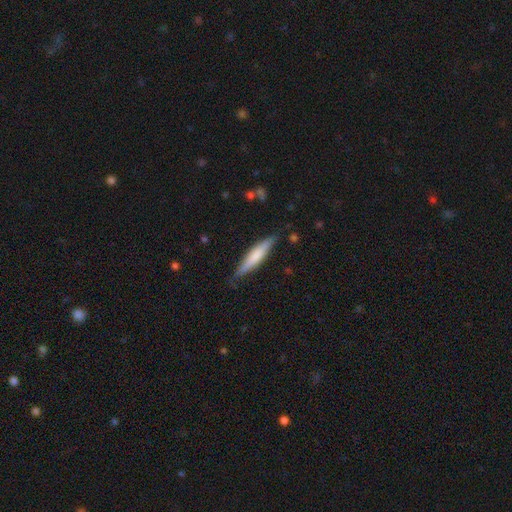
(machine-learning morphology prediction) Q: Smooth or featured?
A: smooth (56%); runner-up: featured or disk (38%)
Q: How rounded?
A: cigar-shaped (85%); runner-up: in between (13%)
Q: Merging?
A: none (83%); runner-up: minor disturbance (13%)